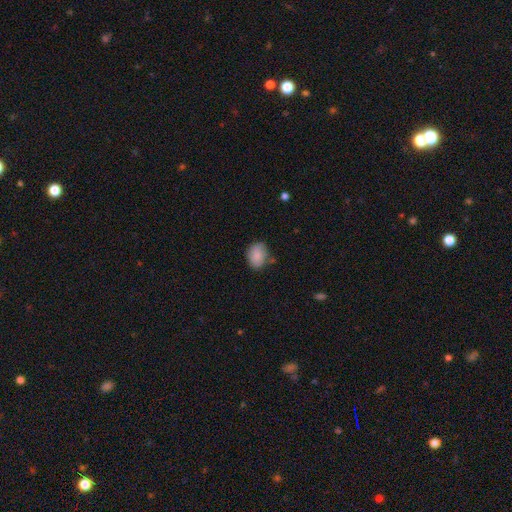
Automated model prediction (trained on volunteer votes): Smooth or featured? Predicted: smooth (p=0.87). How rounded? Predicted: in between (p=0.67). Merging? Predicted: none (p=0.71).